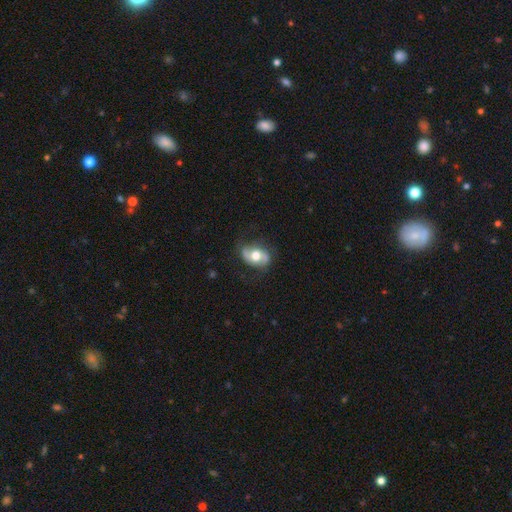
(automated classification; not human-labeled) Smooth or featured? Predicted: featured or disk (p=0.57). Edge-on disk? Predicted: no (p=0.94). Bar? Predicted: no (p=0.60). Spiral arms? Predicted: yes (p=0.74). Bulge size? Predicted: moderate (p=0.62). Merging? Predicted: none (p=0.67).